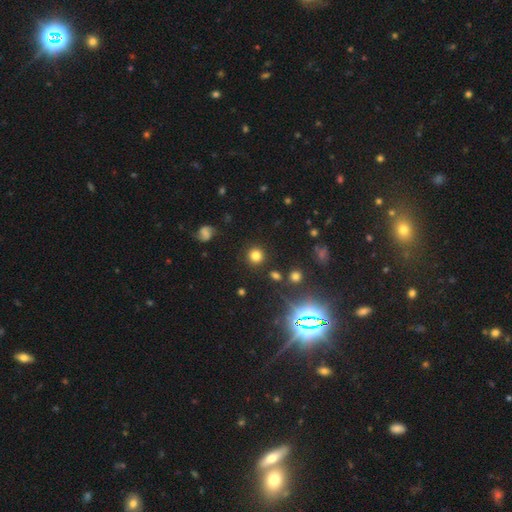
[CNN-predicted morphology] Smooth or featured? Predicted: smooth (p=0.75). How rounded? Predicted: round (p=0.92). Merging? Predicted: none (p=0.88).